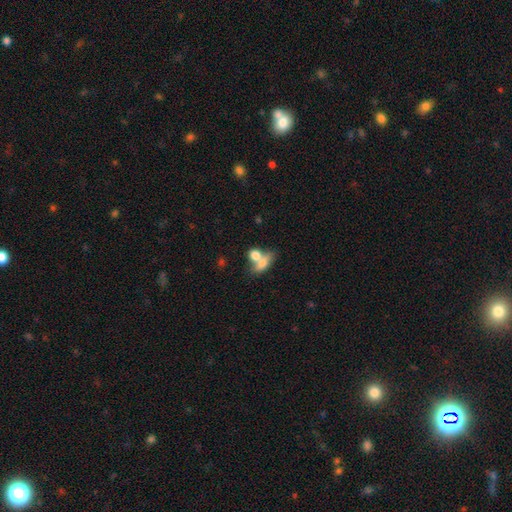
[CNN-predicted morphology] Smooth or featured? Predicted: smooth (p=0.75). How rounded? Predicted: in between (p=0.59). Merging? Predicted: merger (p=0.56).